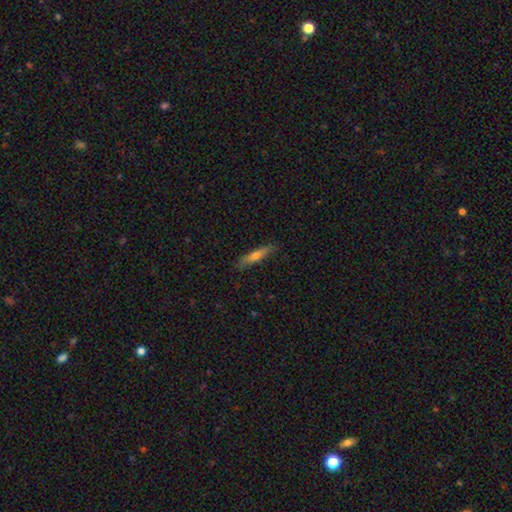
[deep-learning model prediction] Smooth or featured? Predicted: smooth (p=0.55). How rounded? Predicted: cigar-shaped (p=0.85). Merging? Predicted: none (p=0.86).